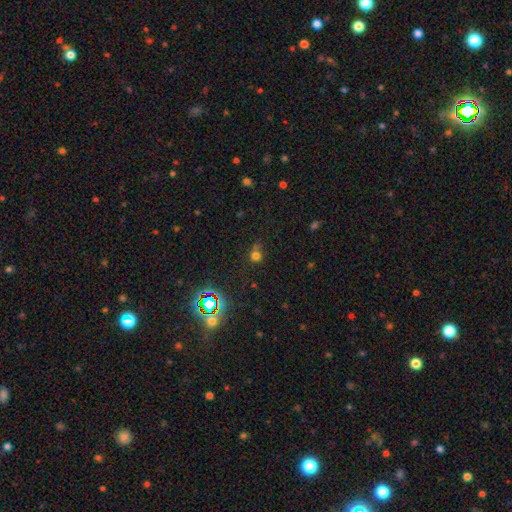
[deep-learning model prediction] Smooth or featured? smooth (61%)
How rounded? round (87%)
Merging? none (62%)